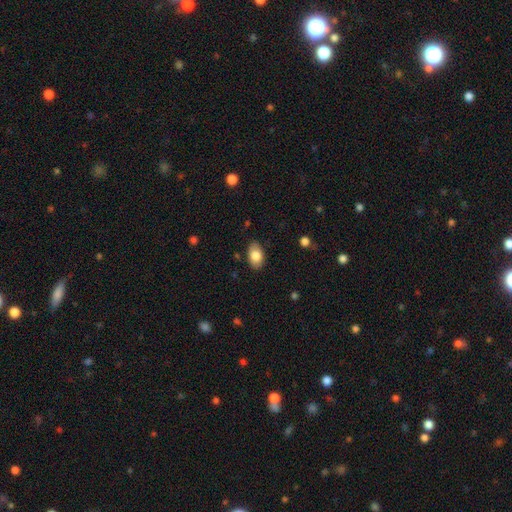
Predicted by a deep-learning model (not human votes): smooth 83%, featured or disk 10%, star or artifact 7%. Down the decision tree: how rounded — in between (91%); merging — none (85%).